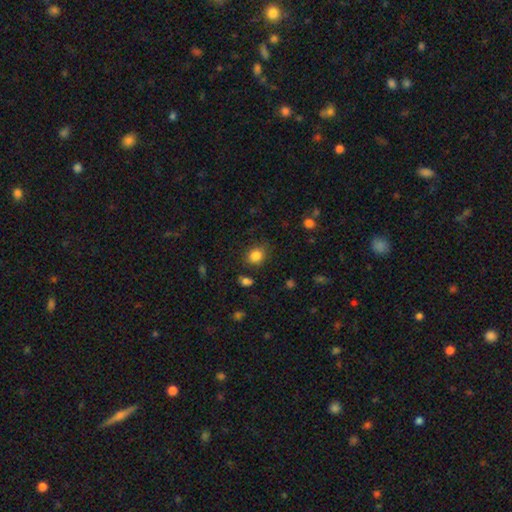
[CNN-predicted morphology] The model was most divided on "how rounded": round: 64%, in between: 35%, cigar-shaped: 1%. More confident: smooth or featured — smooth (84%); merging — none (78%).